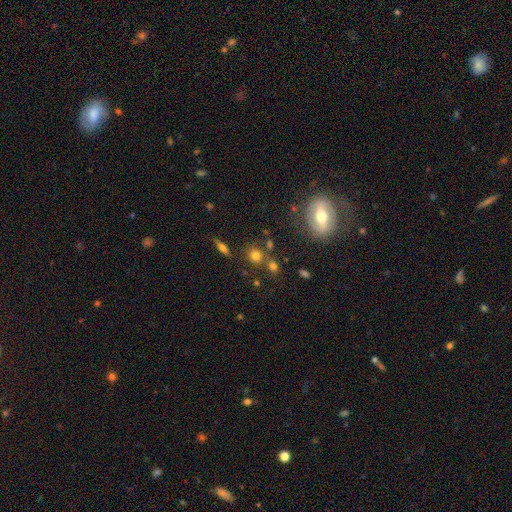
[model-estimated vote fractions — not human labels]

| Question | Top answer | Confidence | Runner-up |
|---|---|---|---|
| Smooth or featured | smooth | 72% | star or artifact (17%) |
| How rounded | round | 79% | in between (19%) |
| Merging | none | 70% | merger (15%) |